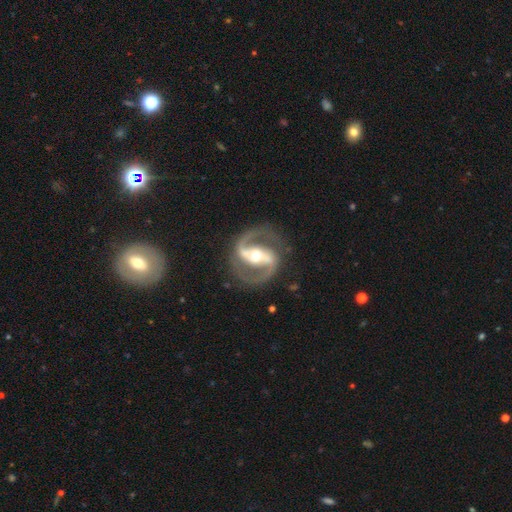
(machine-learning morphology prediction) Overall: featured or disk (93%). Edge-on disk: no (97%). Bar: strong (67%). Spiral arms: yes (97%). Spiral arm count: 2 (94%). Spiral winding: medium (62%; tight 24%). Bulge size: moderate (67%). Merging: none (84%).